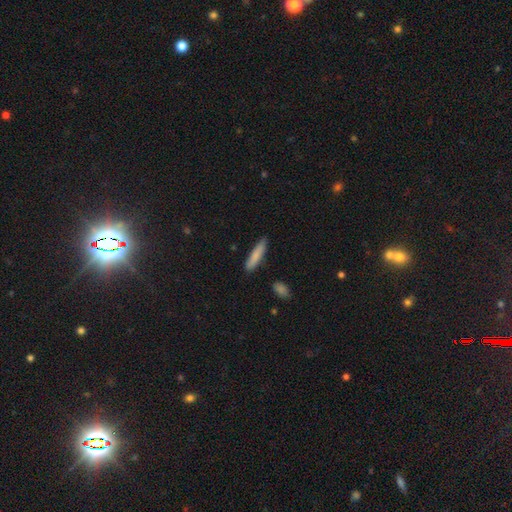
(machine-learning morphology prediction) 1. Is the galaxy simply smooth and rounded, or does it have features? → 82% smooth, 12% featured or disk, 6% star or artifact.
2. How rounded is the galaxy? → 85% cigar-shaped, 14% in between, 1% round.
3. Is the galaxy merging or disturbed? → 81% none, 14% minor disturbance, 2% major disturbance, 2% merger.